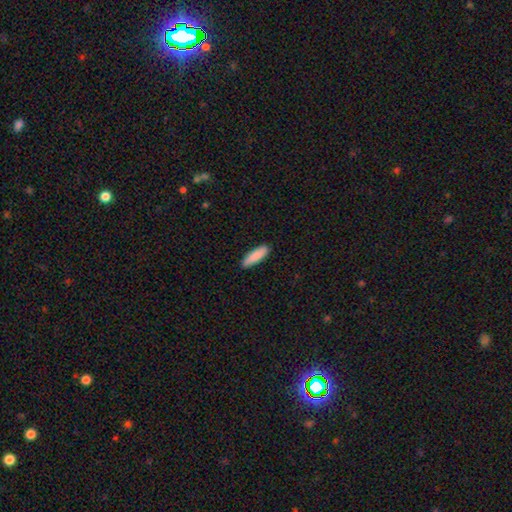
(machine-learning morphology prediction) Overall: smooth (87%). How rounded: cigar-shaped (61%; in between 37%). Merging: none (89%).